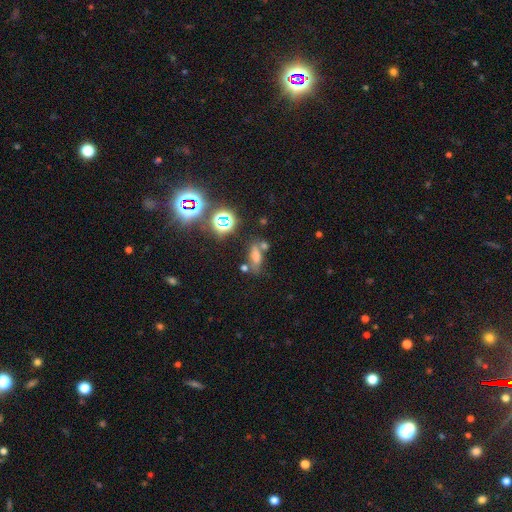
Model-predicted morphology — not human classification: Smooth or featured?
  - smooth: 55% *
  - star or artifact: 30%
  - featured or disk: 15%
How rounded?
  - in between: 56% *
  - cigar-shaped: 32%
  - round: 13%
Merging?
  - none: 60% *
  - minor disturbance: 17%
  - merger: 15%
  - major disturbance: 7%